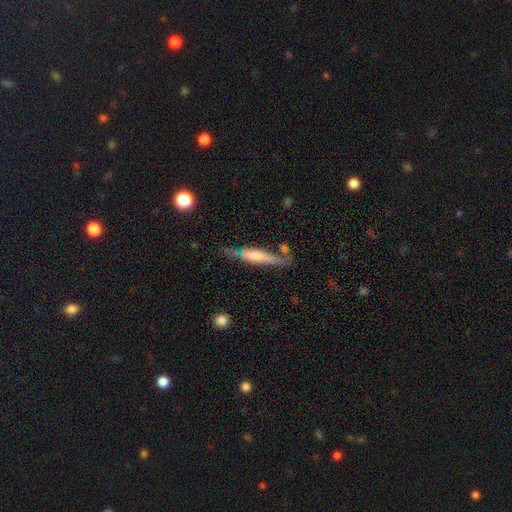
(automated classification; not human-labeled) Smooth or featured? smooth (57%)
How rounded? cigar-shaped (84%)
Merging? none (59%)